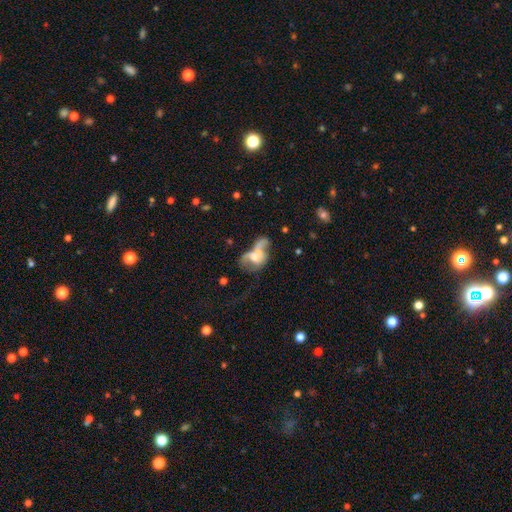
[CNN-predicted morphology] The model was most divided on "smooth or featured": smooth: 46%, featured or disk: 44%, star or artifact: 11%. Remaining: merging — merger (45%).